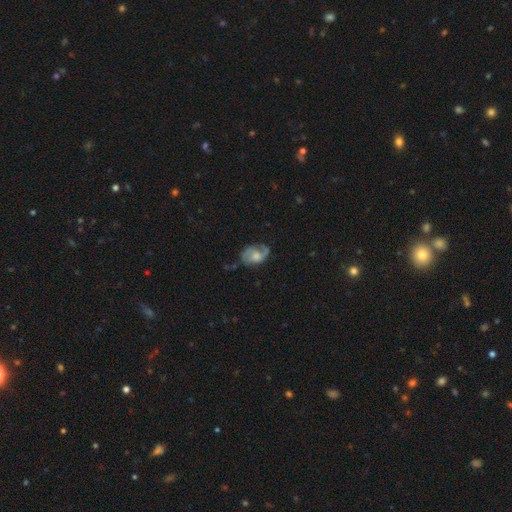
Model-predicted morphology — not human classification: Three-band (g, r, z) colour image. It shows a featured or disk galaxy (66%) with no bar (66%), 2 (71%) medium (45%) spiral arms (86%) and a moderate central bulge (39%). Merging: none (48%).